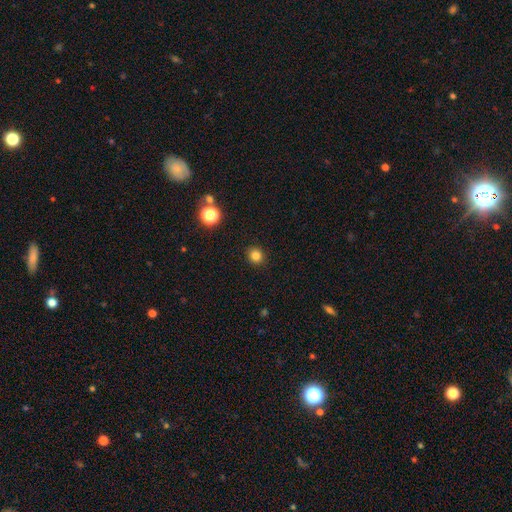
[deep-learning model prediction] Overall: smooth (82%). How rounded: round (88%). Merging: none (92%).